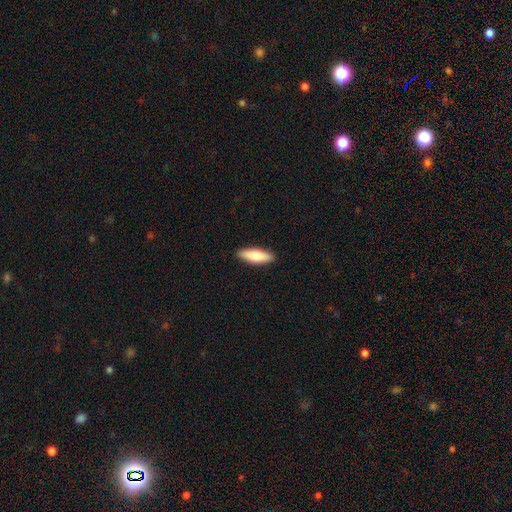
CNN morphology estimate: Smooth or featured? Predicted: smooth (p=0.78). How rounded? Predicted: cigar-shaped (p=0.52). Merging? Predicted: none (p=0.90).